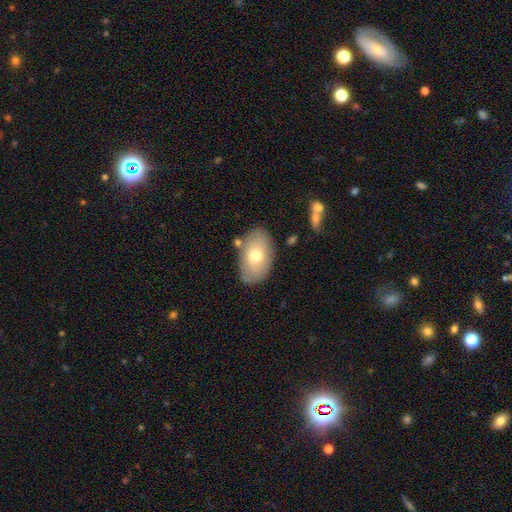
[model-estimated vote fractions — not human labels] This is likely a smooth galaxy (68%). How rounded: clearly in between (90%). Merging: likely none (78%).